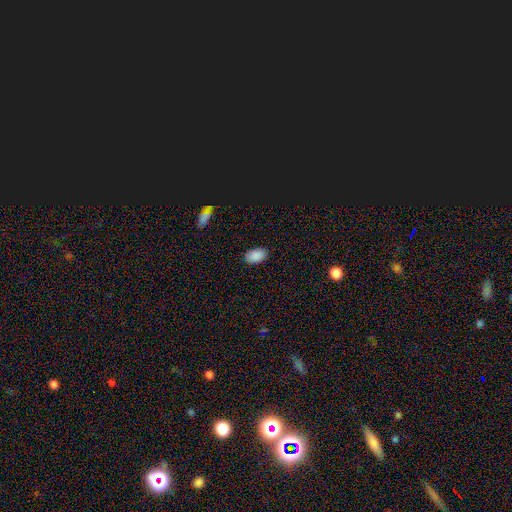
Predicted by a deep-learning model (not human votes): Overall: smooth (88%). How rounded: in between (91%). Merging: none (87%).